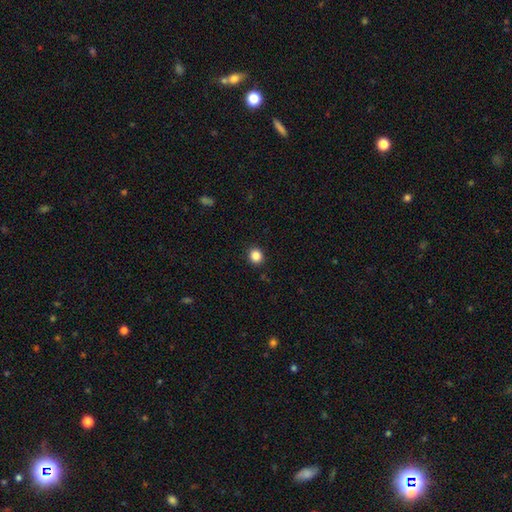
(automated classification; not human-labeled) The model was most divided on "how rounded": round: 85%, in between: 14%, cigar-shaped: 1%. More confident: merging — none (91%); smooth or featured — smooth (85%).